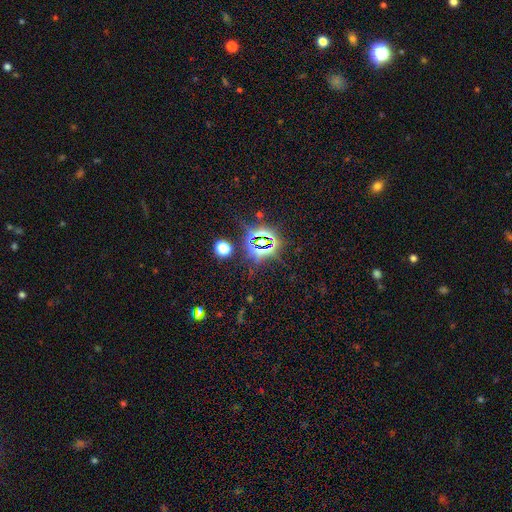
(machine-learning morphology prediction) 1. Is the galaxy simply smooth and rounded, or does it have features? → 80% star or artifact, 12% smooth, 8% featured or disk.